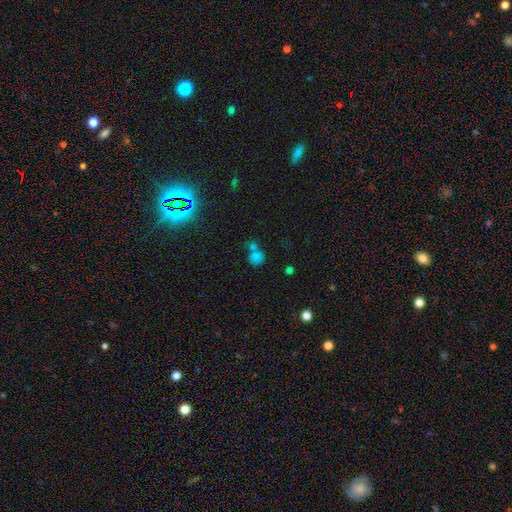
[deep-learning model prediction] Smooth or featured? Predicted: smooth (p=0.75). How rounded? Predicted: round (p=0.81). Merging? Predicted: none (p=0.47).